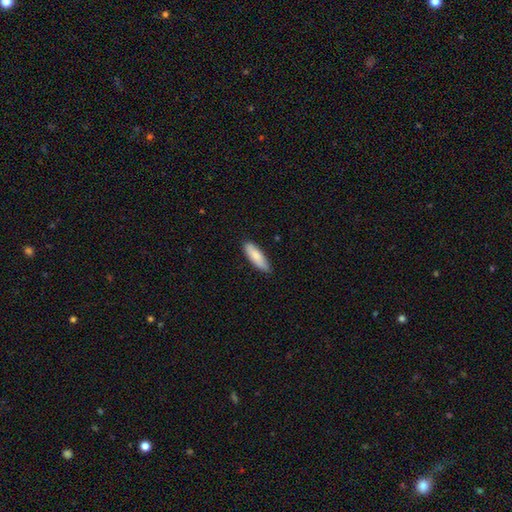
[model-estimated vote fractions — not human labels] Smooth or featured? smooth (83%)
How rounded? cigar-shaped (50%)
Merging? none (83%)